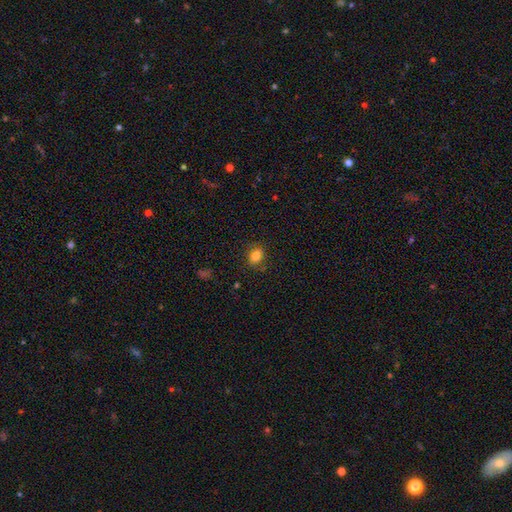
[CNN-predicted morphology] The model was most divided on "how rounded": round: 52%, in between: 47%, cigar-shaped: 1%. More confident: merging — none (84%); smooth or featured — smooth (82%).